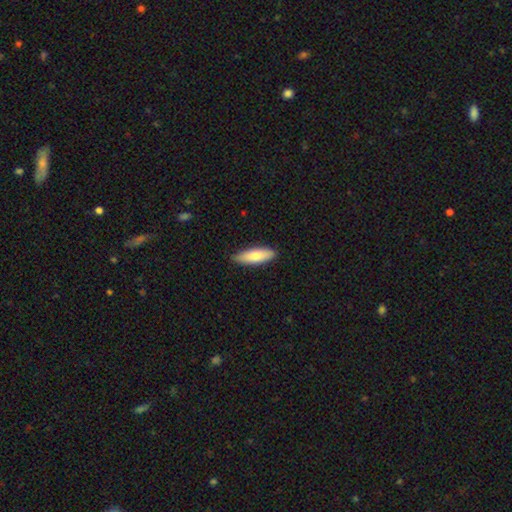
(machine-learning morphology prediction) Smooth or featured: smooth — 77% (featured or disk — 17%)
How rounded: in between — 50% (cigar-shaped — 48%)
Merging: none — 84% (minor disturbance — 13%)